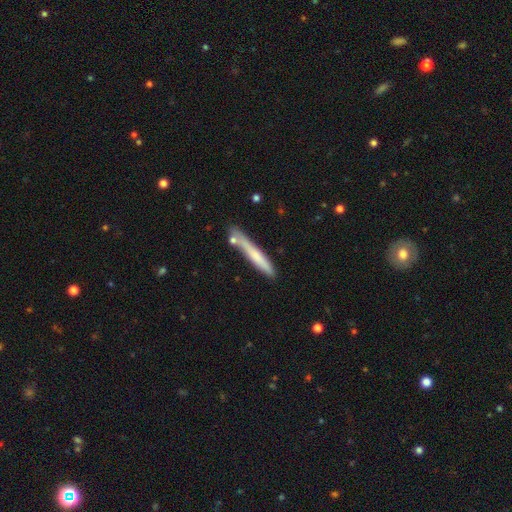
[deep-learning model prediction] Smooth or featured? smooth (62%)
How rounded? cigar-shaped (95%)
Merging? none (72%)